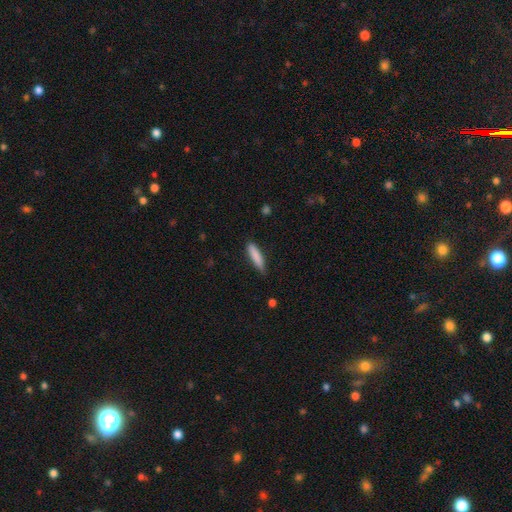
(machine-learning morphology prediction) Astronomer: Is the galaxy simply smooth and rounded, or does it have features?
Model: smooth — 85%.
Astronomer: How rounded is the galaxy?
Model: cigar-shaped — 79%.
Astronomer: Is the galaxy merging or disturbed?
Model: none — 79%.